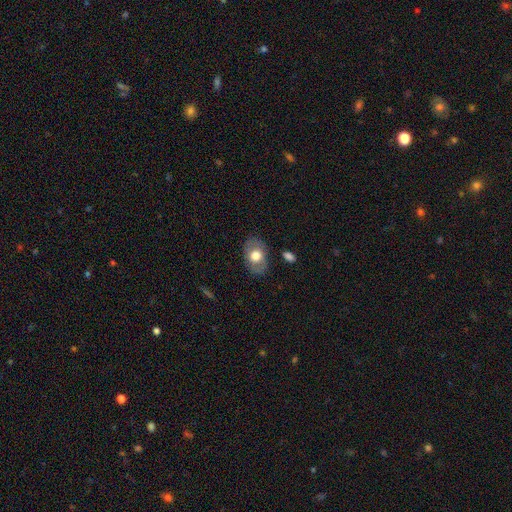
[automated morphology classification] Overall: smooth (60%; featured or disk 34%). How rounded: in between (80%). Merging: none (78%).